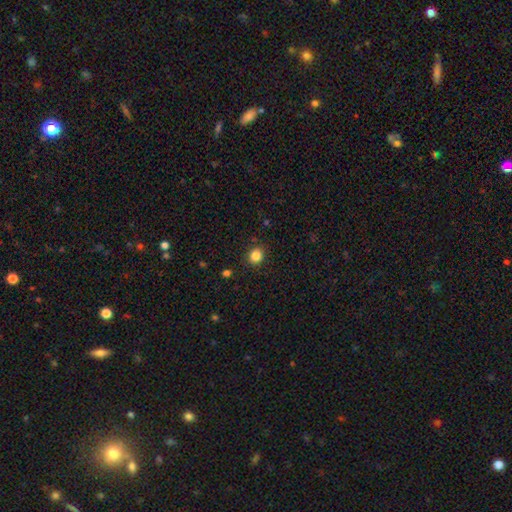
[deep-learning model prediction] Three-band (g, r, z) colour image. It shows a smooth galaxy with no disk features (84%) that is round (82%). Merging: none (89%).